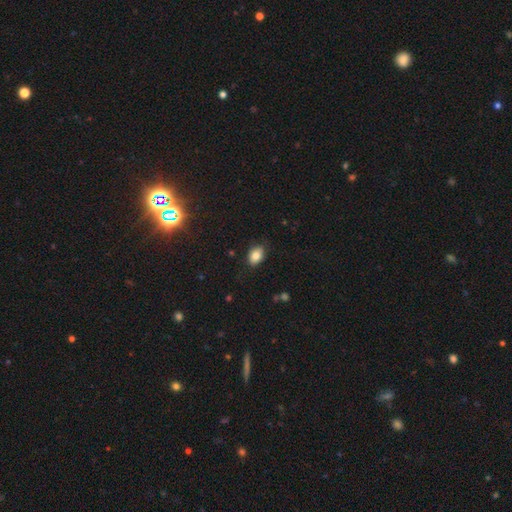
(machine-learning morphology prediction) This appears to be a smooth galaxy with no disk features (81%) that is in between round and cigar-shaped (82%). Merging: none (81%).